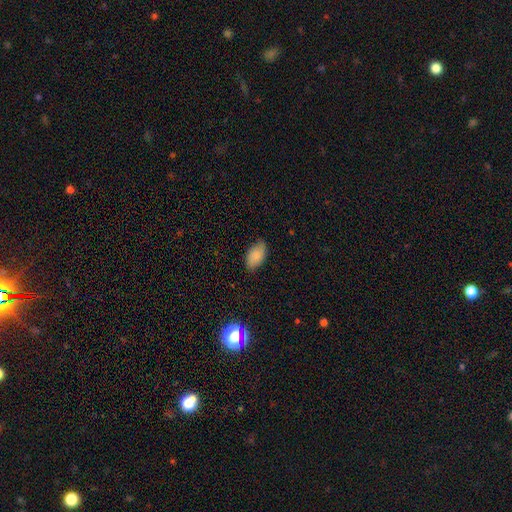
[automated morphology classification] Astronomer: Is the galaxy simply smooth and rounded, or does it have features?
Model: smooth — 86%.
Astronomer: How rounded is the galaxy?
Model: in between — 94%.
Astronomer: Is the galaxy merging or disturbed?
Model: none — 81%.